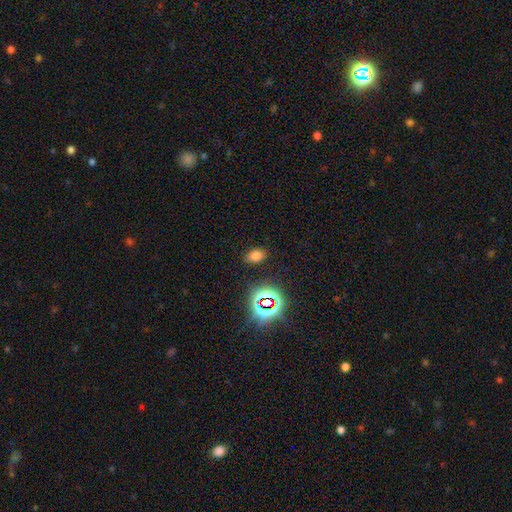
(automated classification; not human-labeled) Smooth or featured?
  - smooth: 70% *
  - star or artifact: 23%
  - featured or disk: 8%
How rounded?
  - in between: 79% *
  - round: 19%
  - cigar-shaped: 1%
Merging?
  - none: 85% *
  - minor disturbance: 10%
  - major disturbance: 3%
  - merger: 2%